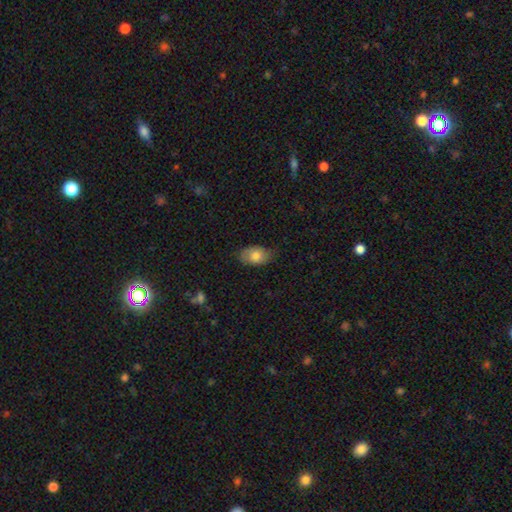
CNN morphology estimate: A smooth galaxy with no disk features (75%) that is in between round and cigar-shaped (88%).

Vote fractions:
- Smooth or featured? smooth: 75% / featured or disk: 18% / star or artifact: 7%
- How rounded? in between: 88% / round: 11% / cigar-shaped: 1%
- Merging? none: 72% / minor disturbance: 23% / major disturbance: 4% / merger: 1%